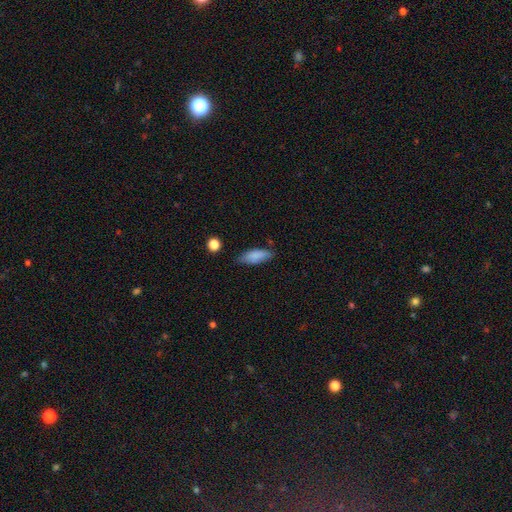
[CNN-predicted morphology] Overall: smooth (84%). How rounded: in between (77%). Merging: none (71%).